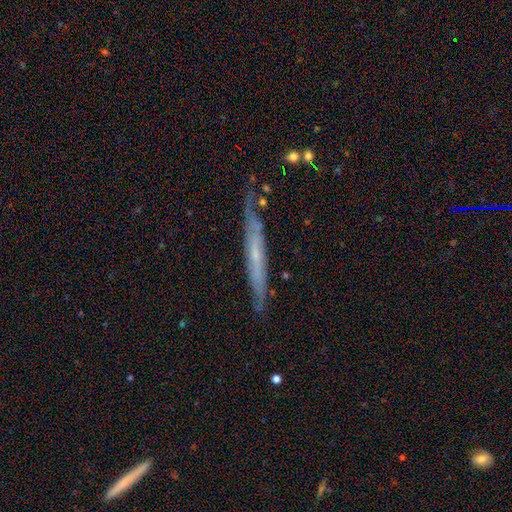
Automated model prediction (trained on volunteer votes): Morphology: type=featured or disk (63%); edge-on=yes (82%); edge-on bulge=none (73%); merging=none (76%).